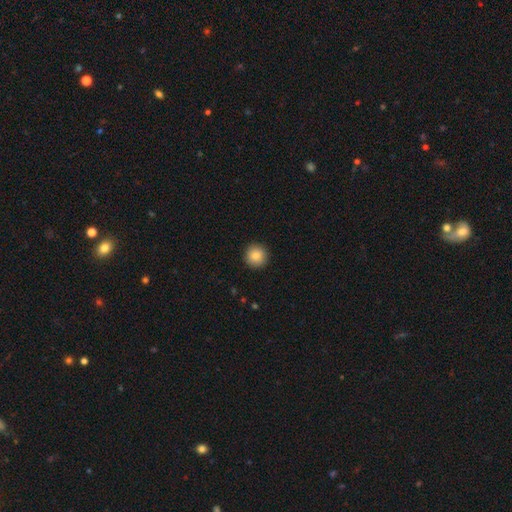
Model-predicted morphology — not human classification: Smooth or featured? smooth (87%)
How rounded? round (95%)
Merging? none (92%)